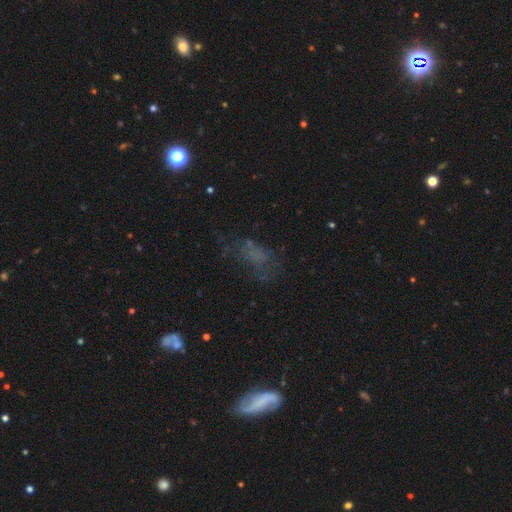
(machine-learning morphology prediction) Smooth or featured? smooth (39%)
Merging? none (47%)